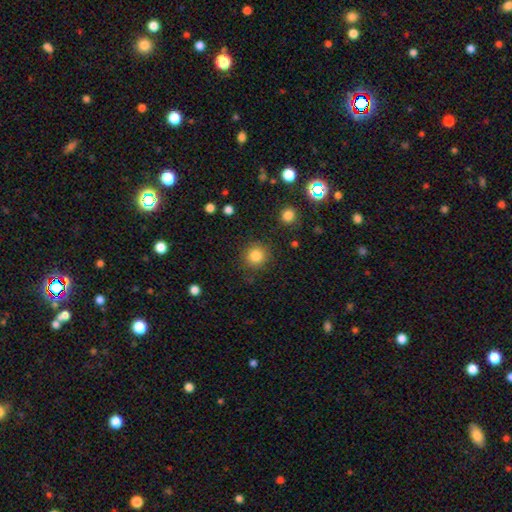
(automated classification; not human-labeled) Overall: smooth (83%). How rounded: round (92%). Merging: none (87%).